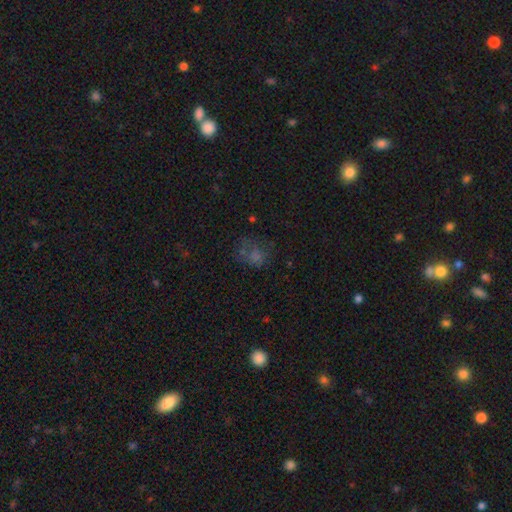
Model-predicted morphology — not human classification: type=smooth (50%); roundness=round (61%); merging=none (49%).